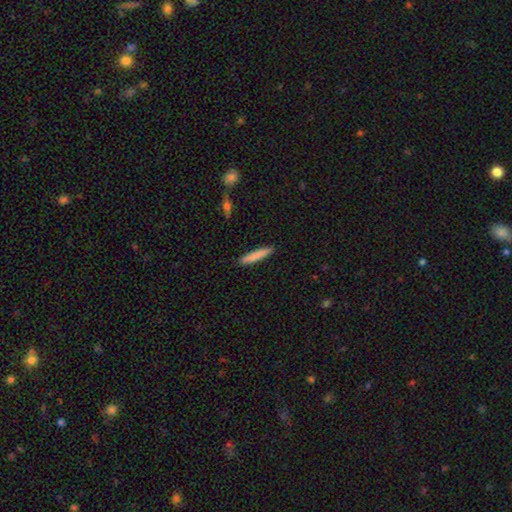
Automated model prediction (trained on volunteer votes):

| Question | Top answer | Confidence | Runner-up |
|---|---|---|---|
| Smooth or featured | smooth | 83% | featured or disk (11%) |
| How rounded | cigar-shaped | 91% | in between (7%) |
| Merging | none | 91% | minor disturbance (7%) |